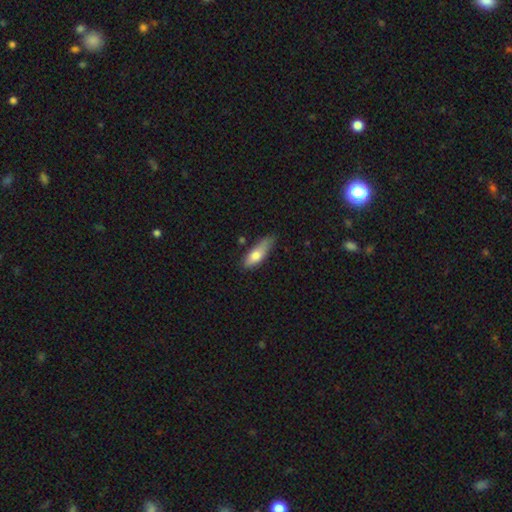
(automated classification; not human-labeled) A smooth galaxy with no disk features (75%) that is in between round and cigar-shaped (58%).

Vote fractions:
- Smooth or featured? smooth: 75% / featured or disk: 19% / star or artifact: 6%
- How rounded? in between: 58% / cigar-shaped: 39% / round: 3%
- Merging? none: 52% / minor disturbance: 35% / major disturbance: 9% / merger: 4%